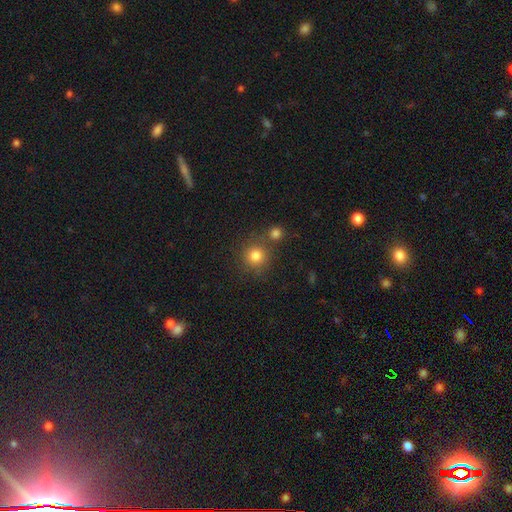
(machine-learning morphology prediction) A smooth galaxy with no disk features (80%) that is round (92%). Merging: none (73%).